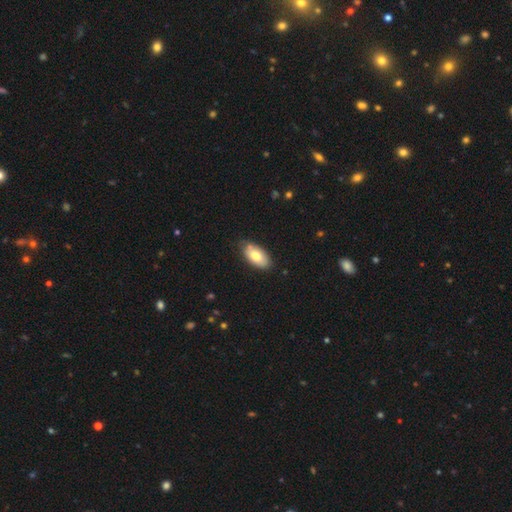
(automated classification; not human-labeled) This appears to be a smooth galaxy with no disk features (75%) that is in between round and cigar-shaped (93%). Merging: none (76%).